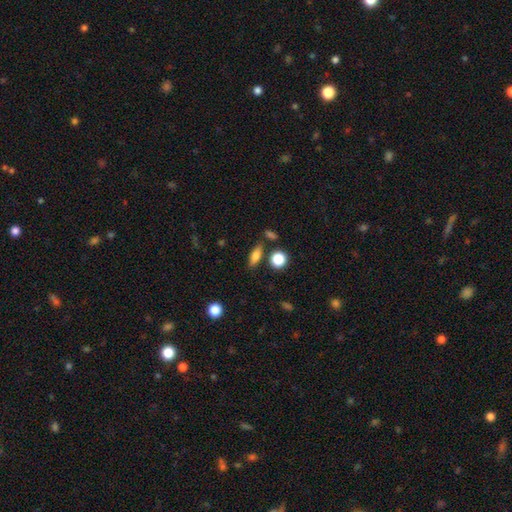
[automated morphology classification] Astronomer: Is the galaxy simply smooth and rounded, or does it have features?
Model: smooth — 75%.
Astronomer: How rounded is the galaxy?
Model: in between — 63%.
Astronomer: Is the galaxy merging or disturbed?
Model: none — 77%.